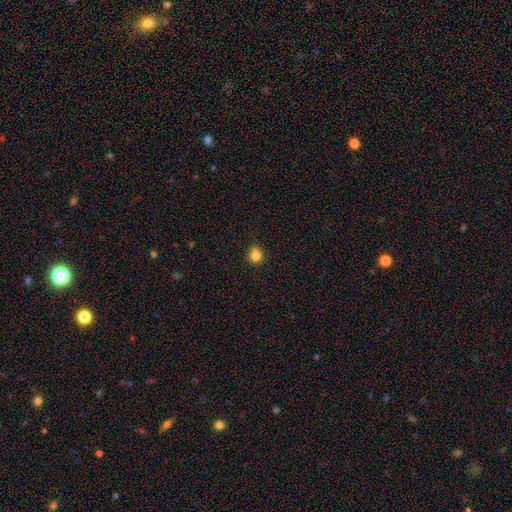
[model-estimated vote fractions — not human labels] smooth-or-featured: smooth: 82% | star or artifact: 13% | featured or disk: 6%
  how-rounded: round: 84% | in between: 15% | cigar-shaped: 1%
  merging: none: 72% | minor disturbance: 18% | merger: 6% | major disturbance: 3%